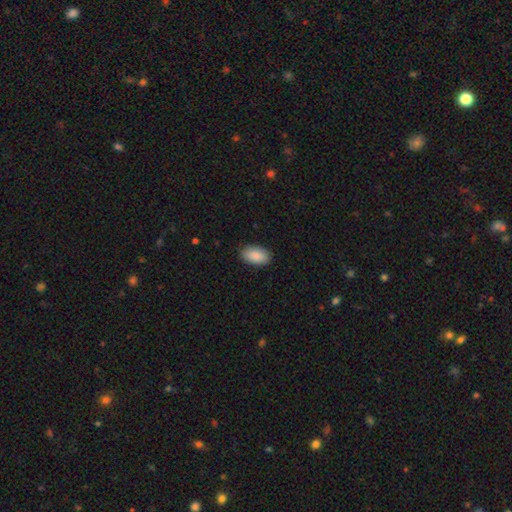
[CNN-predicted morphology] The model was most divided on "merging": none: 87%, minor disturbance: 10%, major disturbance: 2%, merger: 1%. More confident: how rounded — in between (94%); smooth or featured — smooth (89%).